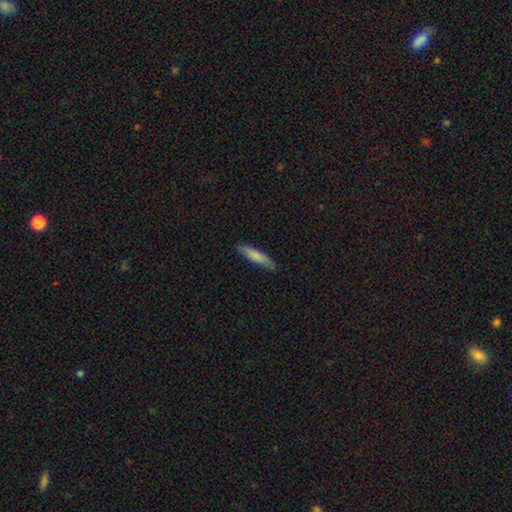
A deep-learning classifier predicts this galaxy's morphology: This is likely a smooth galaxy (79%). How rounded: clearly cigar-shaped (82%). Merging: clearly none (80%).